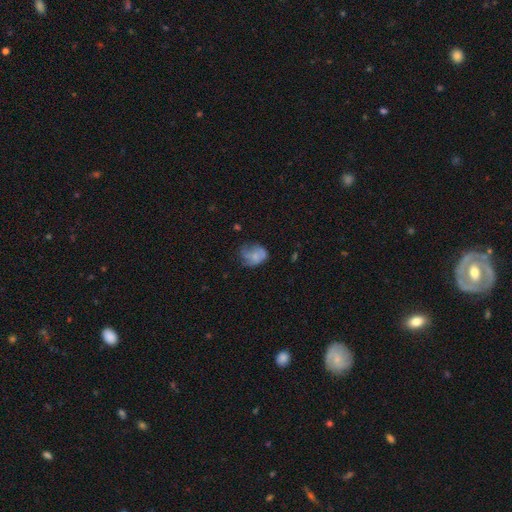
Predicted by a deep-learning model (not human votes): Morphology: type=smooth (54%); roundness=in between (53%); merging=none (39%).